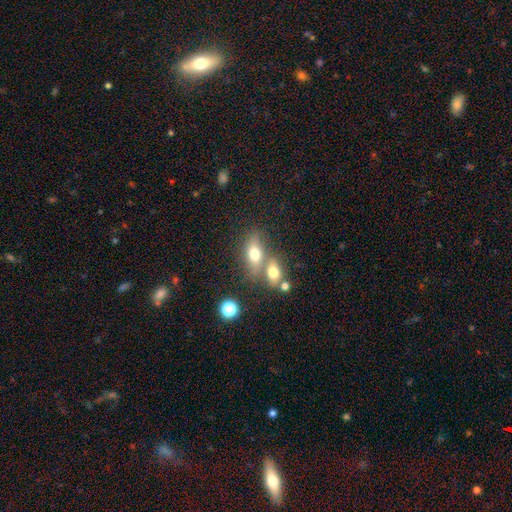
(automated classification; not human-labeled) This is possibly a smooth galaxy (52%). How rounded: likely in between (64%). Merging: possibly none (47%).